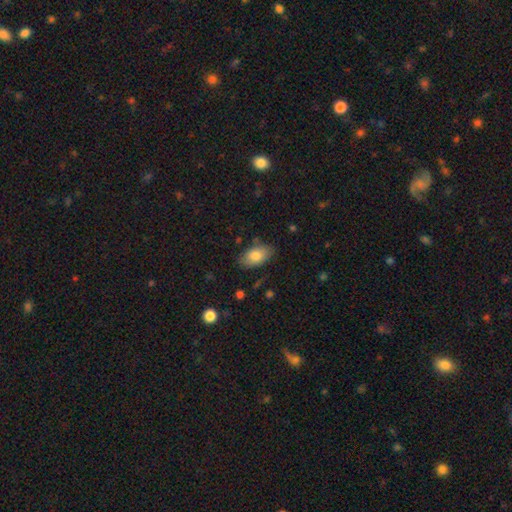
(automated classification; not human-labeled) The model was most divided on "merging": none: 79%, minor disturbance: 16%, major disturbance: 3%, merger: 2%. More confident: how rounded — in between (93%); smooth or featured — smooth (81%).